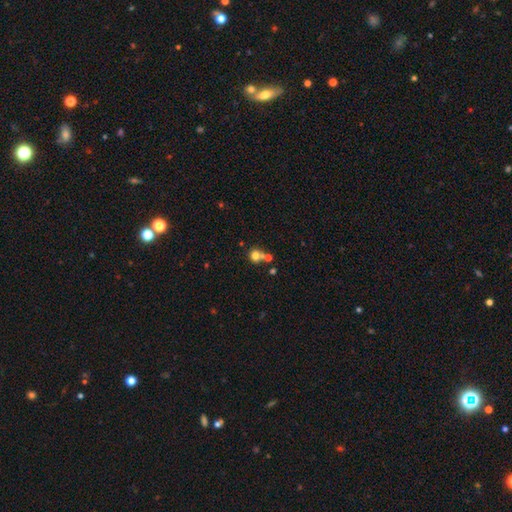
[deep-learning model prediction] This is likely a smooth galaxy (72%). How rounded: clearly round (81%). Merging: marginally none (44%).